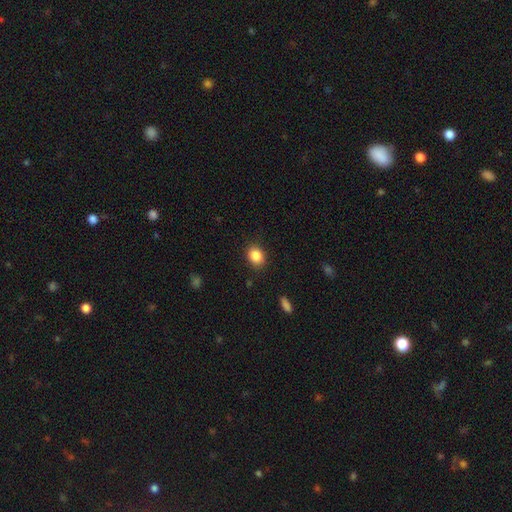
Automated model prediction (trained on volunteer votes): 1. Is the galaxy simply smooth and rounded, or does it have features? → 86% smooth, 9% star or artifact, 5% featured or disk.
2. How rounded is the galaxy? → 51% in between, 48% round, 1% cigar-shaped.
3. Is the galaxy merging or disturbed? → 88% none, 9% minor disturbance, 3% major disturbance, 1% merger.